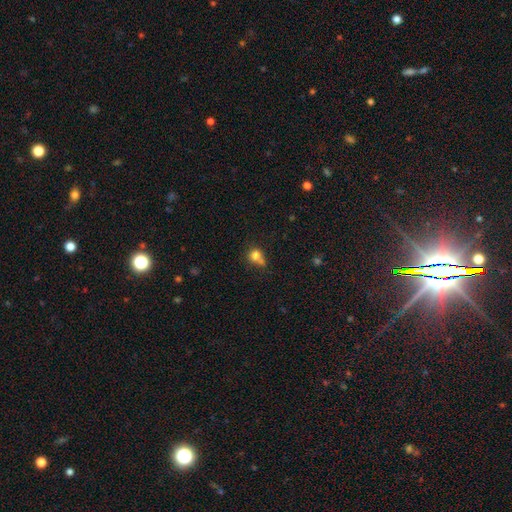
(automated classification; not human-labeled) smooth_or_featured: smooth (p=0.77) [alt: star or artifact p=0.12]
how_rounded: round (p=0.79) [alt: in between p=0.19]
merging: none (p=0.45) [alt: merger p=0.29]